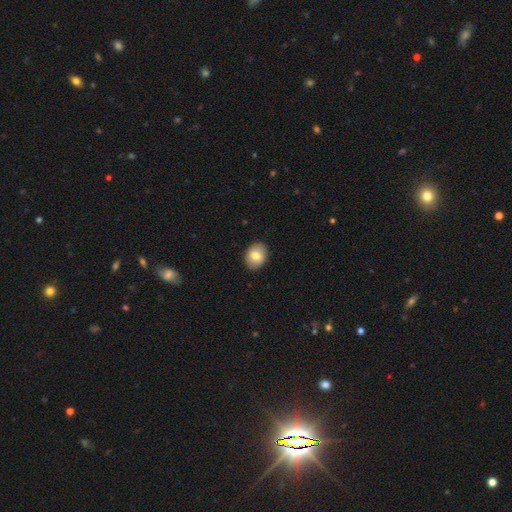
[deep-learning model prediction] This appears to be a smooth galaxy with no disk features (78%) that is in between round and cigar-shaped (52%). Merging: none (90%).